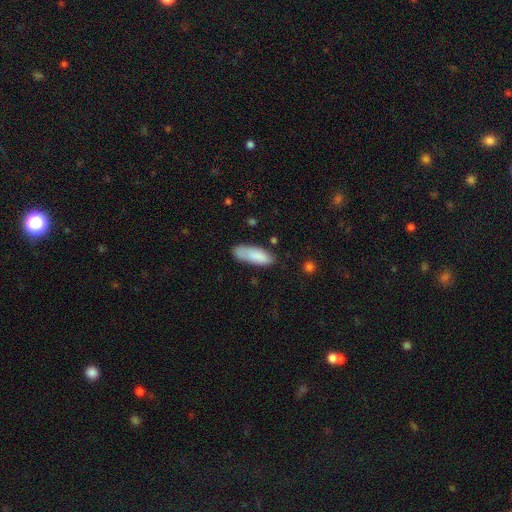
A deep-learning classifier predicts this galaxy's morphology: type=smooth (84%); roundness=in between (61%); merging=none (59%).